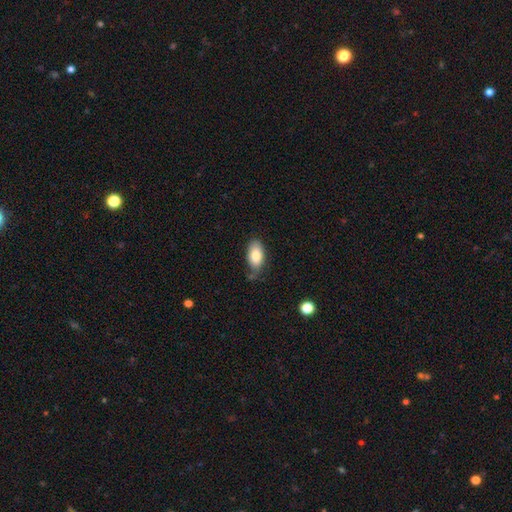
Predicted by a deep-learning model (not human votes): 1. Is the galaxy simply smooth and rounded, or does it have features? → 82% smooth, 11% featured or disk, 7% star or artifact.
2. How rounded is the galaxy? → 93% in between, 4% round, 3% cigar-shaped.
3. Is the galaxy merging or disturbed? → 58% none, 30% minor disturbance, 8% major disturbance, 4% merger.